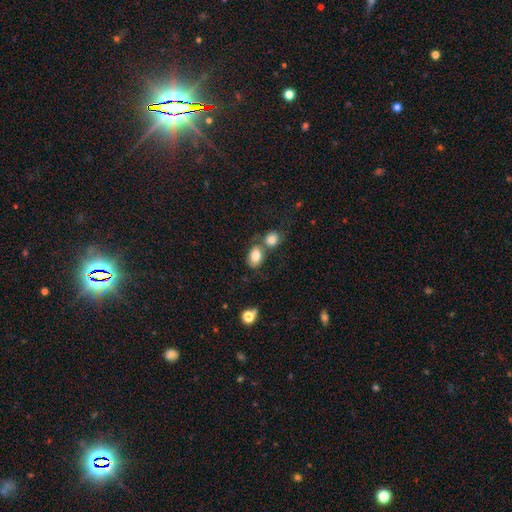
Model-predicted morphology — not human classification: Smooth or featured? Predicted: smooth (p=0.82). How rounded? Predicted: in between (p=0.79). Merging? Predicted: none (p=0.43).